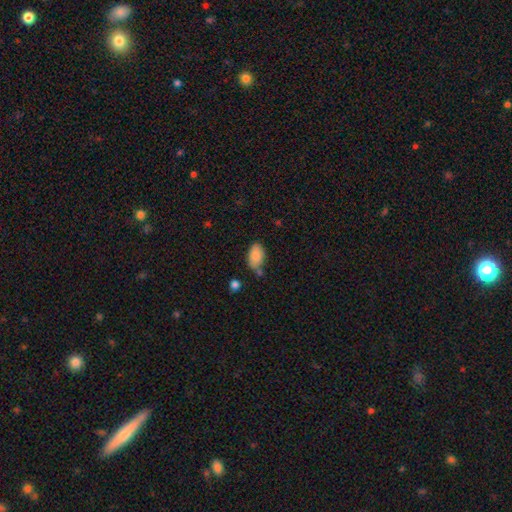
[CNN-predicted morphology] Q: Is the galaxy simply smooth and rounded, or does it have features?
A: smooth — 86%.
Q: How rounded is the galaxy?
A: in between — 93%.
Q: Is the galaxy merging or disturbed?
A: none — 61%.